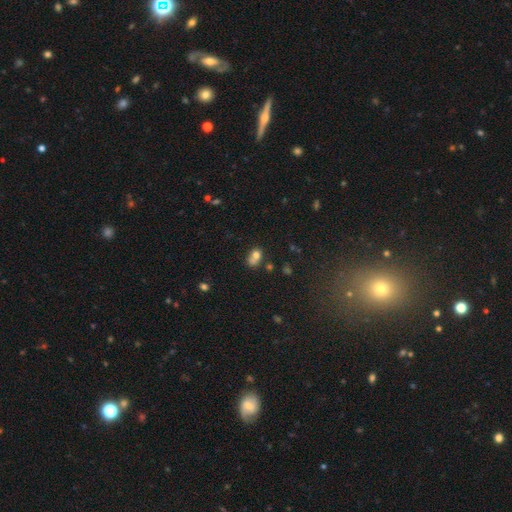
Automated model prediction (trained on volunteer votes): Smooth or featured? Predicted: smooth (p=0.72). How rounded? Predicted: in between (p=0.58). Merging? Predicted: merger (p=0.42).